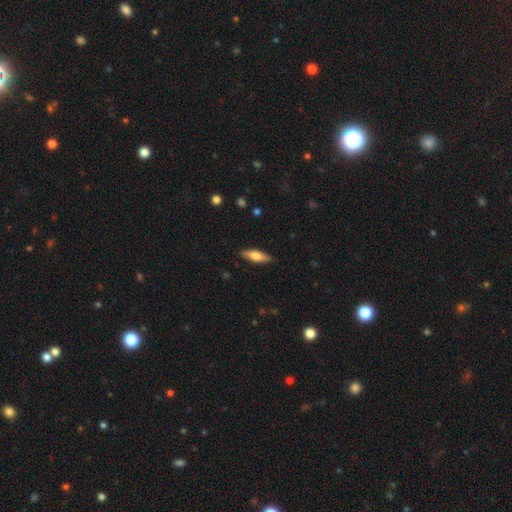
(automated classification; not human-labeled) The model was most divided on "how rounded": cigar-shaped: 52%, in between: 46%, round: 2%. More confident: merging — none (88%); smooth or featured — smooth (63%).